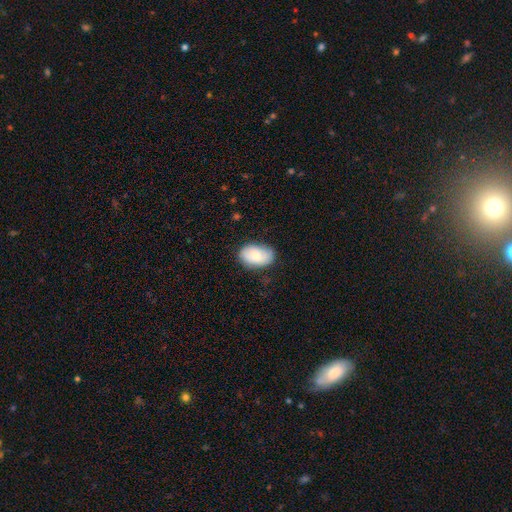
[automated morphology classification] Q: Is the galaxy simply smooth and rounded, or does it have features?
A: smooth — 79%.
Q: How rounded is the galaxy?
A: in between — 92%.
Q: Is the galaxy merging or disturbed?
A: none — 76%.